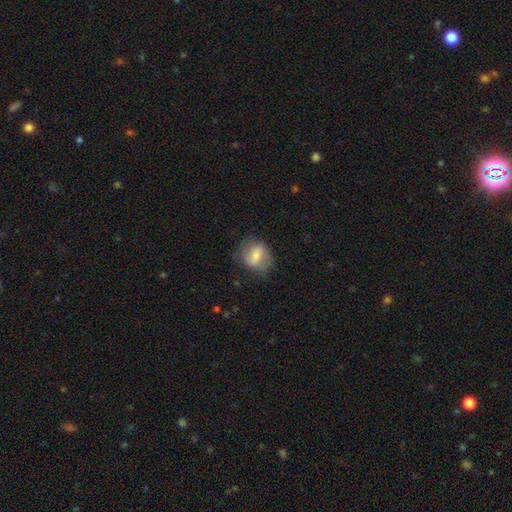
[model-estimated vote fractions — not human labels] smooth 63%, featured or disk 30%, star or artifact 7%. Down the decision tree: how rounded — round (59%); merging — none (71%).